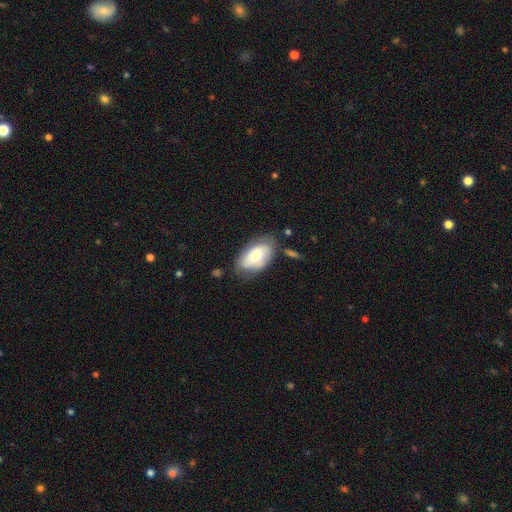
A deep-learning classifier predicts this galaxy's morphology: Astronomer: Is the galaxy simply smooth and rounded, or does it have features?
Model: smooth — 66%.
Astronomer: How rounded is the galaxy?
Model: in between — 94%.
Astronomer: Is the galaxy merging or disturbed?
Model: none — 65%.